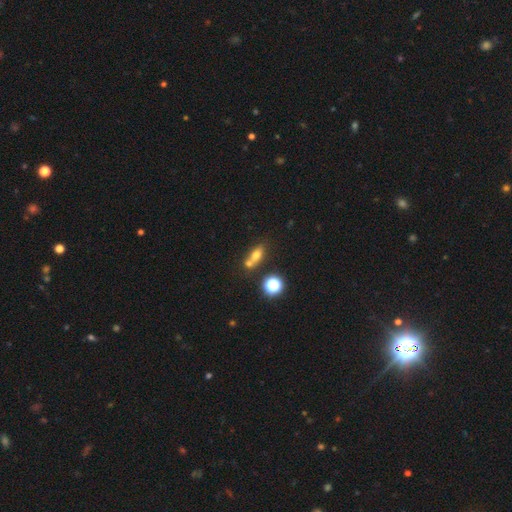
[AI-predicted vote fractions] A smooth galaxy with no disk features (64%) that is in between round and cigar-shaped (59%).

Vote fractions:
- Smooth or featured? smooth: 64% / featured or disk: 19% / star or artifact: 17%
- How rounded? in between: 59% / round: 28% / cigar-shaped: 13%
- Merging? none: 44% / merger: 41% / minor disturbance: 11% / major disturbance: 5%